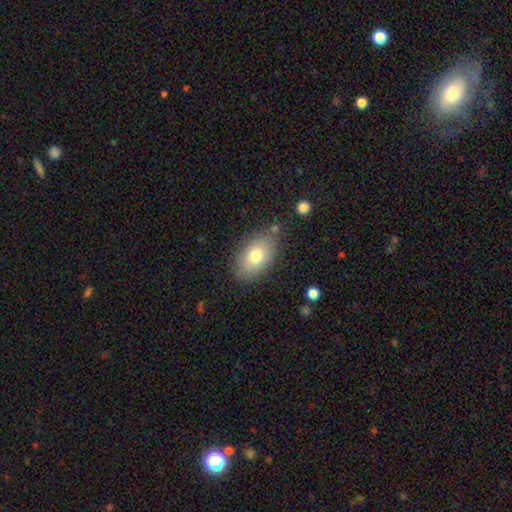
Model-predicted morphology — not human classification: A smooth galaxy with no disk features (75%) that is in between round and cigar-shaped (90%).

Vote fractions:
- Smooth or featured? smooth: 75% / featured or disk: 17% / star or artifact: 8%
- How rounded? in between: 90% / round: 9% / cigar-shaped: 2%
- Merging? none: 79% / minor disturbance: 14% / major disturbance: 4% / merger: 4%